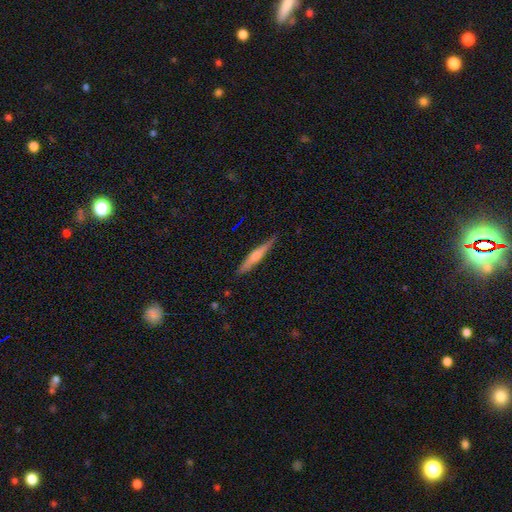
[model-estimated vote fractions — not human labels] This is possibly a featured or disk galaxy (53%). It is clearly viewed edge-on (97%). Edge-on bulge: likely rounded (64%). Merging: clearly none (86%).